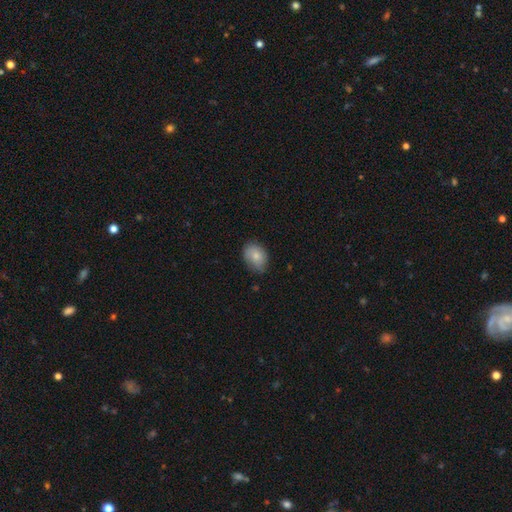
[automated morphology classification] Smooth or featured: smooth — 79% (featured or disk — 14%)
How rounded: in between — 70% (round — 29%)
Merging: none — 68% (minor disturbance — 27%)